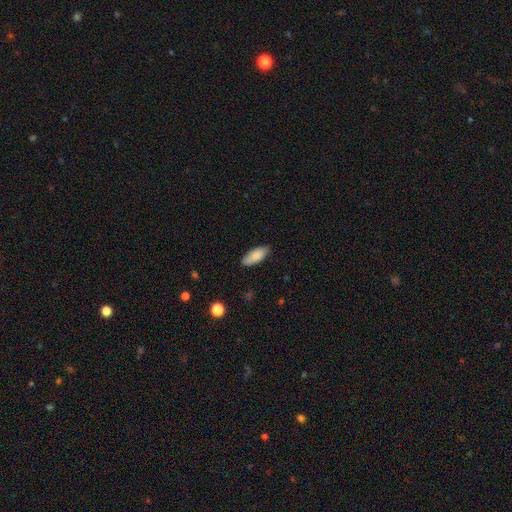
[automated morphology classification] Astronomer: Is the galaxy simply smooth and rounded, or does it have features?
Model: smooth — 85%.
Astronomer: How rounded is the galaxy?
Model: in between — 83%.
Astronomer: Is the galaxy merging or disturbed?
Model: none — 81%.